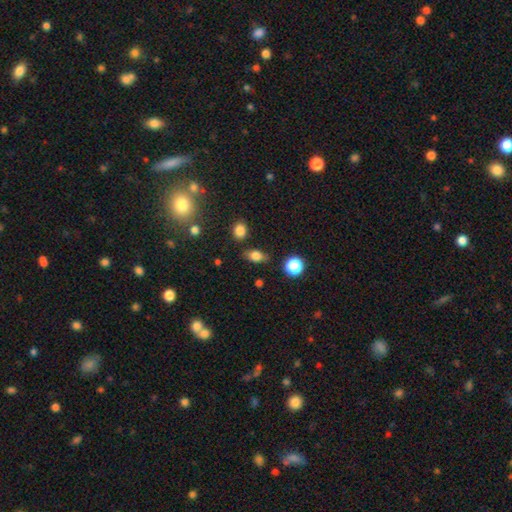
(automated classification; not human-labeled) Smooth or featured: smooth — 78% (star or artifact — 11%)
How rounded: in between — 79% (round — 16%)
Merging: none — 79% (minor disturbance — 13%)